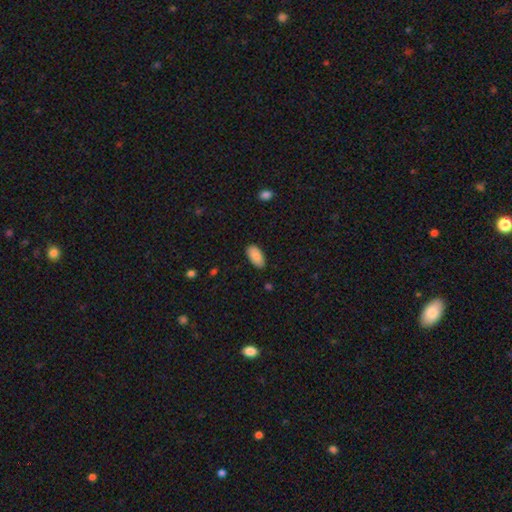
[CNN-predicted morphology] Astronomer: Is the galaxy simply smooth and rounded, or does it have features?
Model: smooth — 85%.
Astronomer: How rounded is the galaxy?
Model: in between — 95%.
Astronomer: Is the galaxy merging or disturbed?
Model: none — 83%.